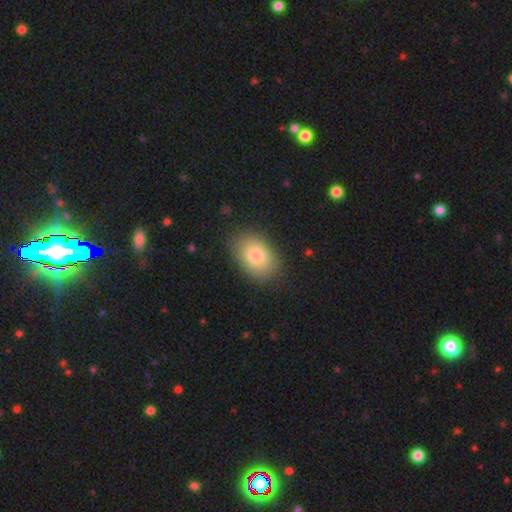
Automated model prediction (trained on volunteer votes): A smooth galaxy with no disk features (82%) that is in between round and cigar-shaped (87%). Merging: none (83%).